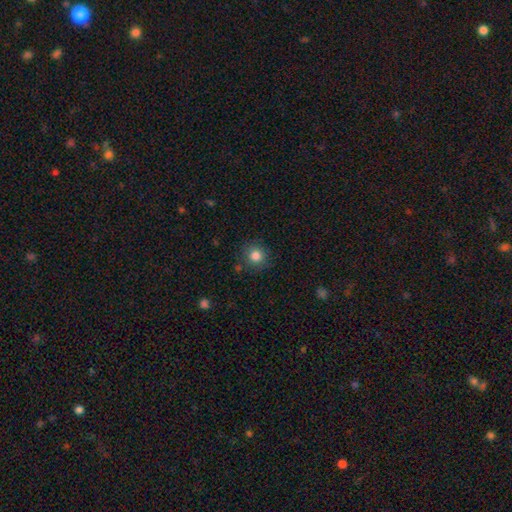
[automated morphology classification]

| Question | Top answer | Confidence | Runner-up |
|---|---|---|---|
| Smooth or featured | smooth | 83% | star or artifact (11%) |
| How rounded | round | 91% | in between (8%) |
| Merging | none | 85% | minor disturbance (10%) |